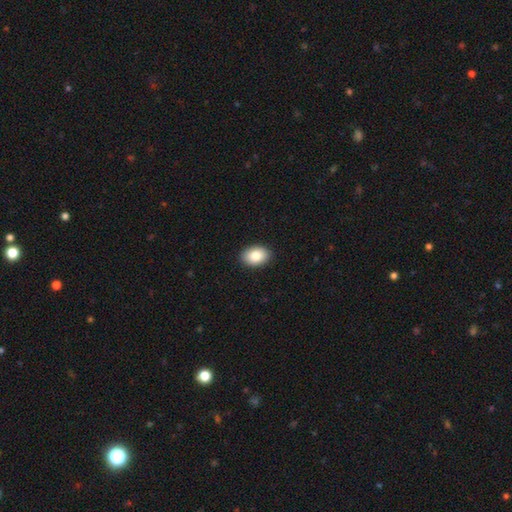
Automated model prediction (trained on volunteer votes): A smooth galaxy with no disk features (85%) that is in between round and cigar-shaped (83%).

Vote fractions:
- Smooth or featured? smooth: 85% / featured or disk: 8% / star or artifact: 7%
- How rounded? in between: 83% / round: 16% / cigar-shaped: 1%
- Merging? none: 91% / minor disturbance: 7% / major disturbance: 2% / merger: 1%